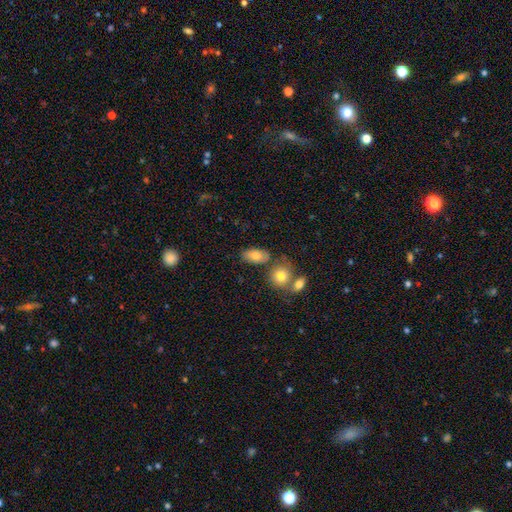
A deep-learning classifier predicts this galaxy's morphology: Smooth or featured?
  - smooth: 77% *
  - featured or disk: 14%
  - star or artifact: 8%
How rounded?
  - in between: 89% *
  - round: 7%
  - cigar-shaped: 4%
Merging?
  - none: 63% *
  - merger: 18%
  - minor disturbance: 14%
  - major disturbance: 5%